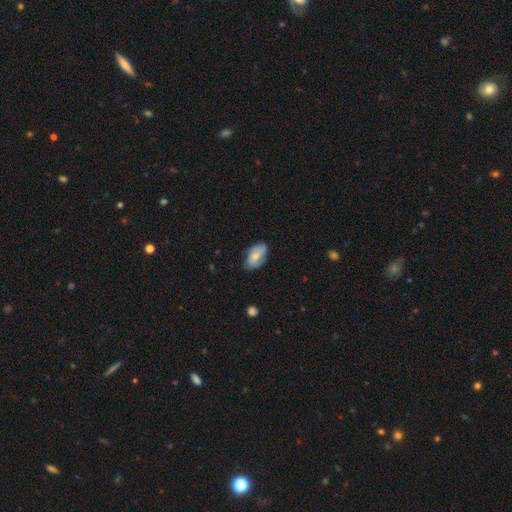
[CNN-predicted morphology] Q: Smooth or featured?
A: smooth (66%); runner-up: featured or disk (27%)
Q: How rounded?
A: in between (93%); runner-up: round (4%)
Q: Merging?
A: none (65%); runner-up: minor disturbance (27%)